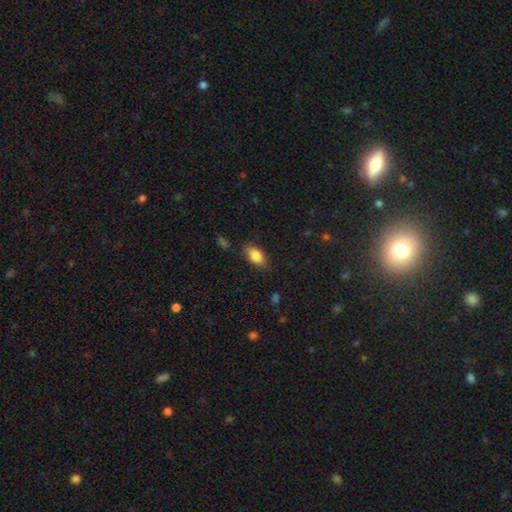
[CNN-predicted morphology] Smooth or featured? smooth (85%)
How rounded? in between (90%)
Merging? none (82%)